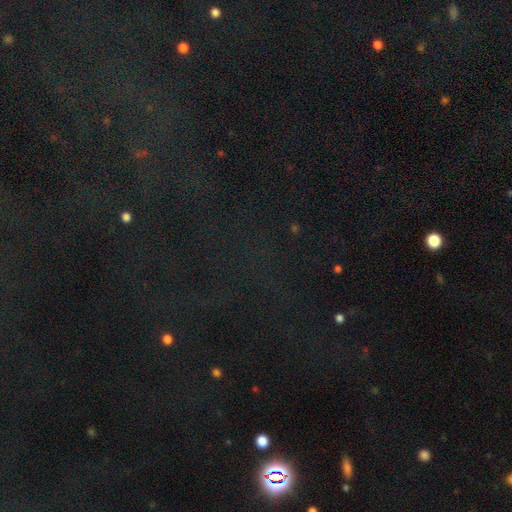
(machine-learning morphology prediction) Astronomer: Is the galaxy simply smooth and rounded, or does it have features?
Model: star or artifact — 77%.